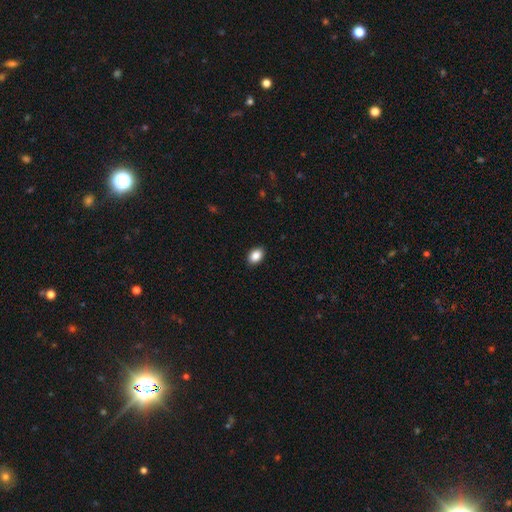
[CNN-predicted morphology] smooth-or-featured: smooth: 88% | star or artifact: 8% | featured or disk: 4%
  how-rounded: in between: 82% | round: 17% | cigar-shaped: 1%
  merging: none: 90% | minor disturbance: 8% | major disturbance: 2% | merger: 1%